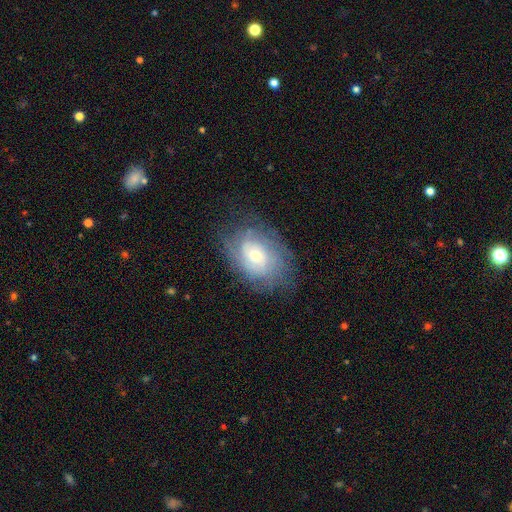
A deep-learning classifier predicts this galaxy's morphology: Smooth or featured: featured or disk — 64% (smooth — 27%)
Edge-on disk: no — 95% (yes — 5%)
Bar: no — 69% (weak — 27%)
Spiral arms: yes — 82% (no — 18%)
Bulge size: small — 48% (moderate — 46%)
Merging: none — 70% (minor disturbance — 19%)